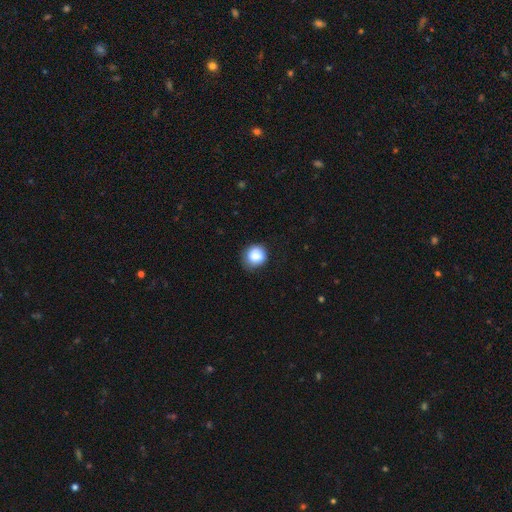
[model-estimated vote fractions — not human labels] smooth-or-featured: smooth: 84% | star or artifact: 9% | featured or disk: 8%
  how-rounded: round: 77% | in between: 22% | cigar-shaped: 1%
  merging: none: 68% | minor disturbance: 24% | major disturbance: 7% | merger: 2%